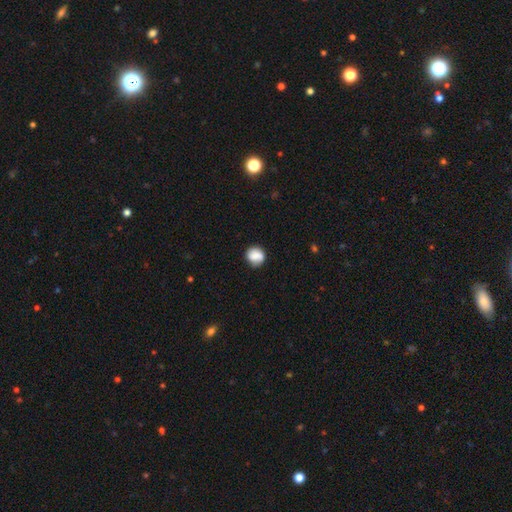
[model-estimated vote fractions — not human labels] A smooth galaxy with no disk features (81%) that is round (84%). Merging: none (75%).